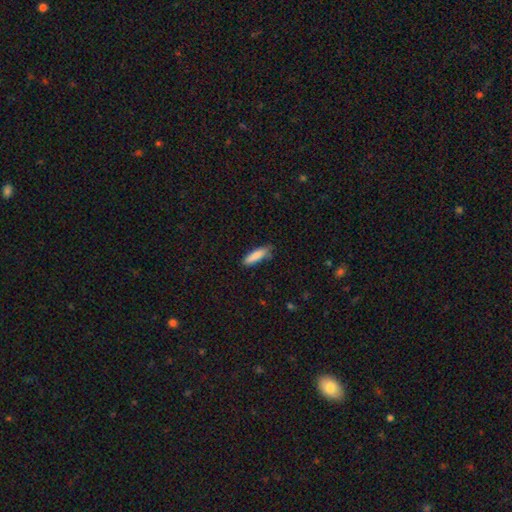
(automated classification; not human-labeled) This appears to be a smooth galaxy with no disk features (86%) that is cigar-shaped (69%). Merging: none (76%).